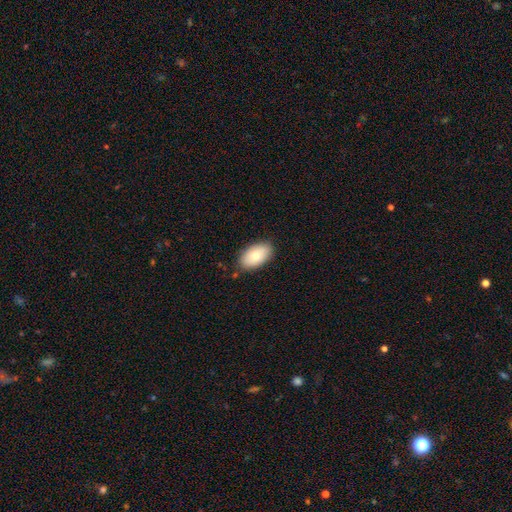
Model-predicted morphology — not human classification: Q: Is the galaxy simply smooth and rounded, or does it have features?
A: smooth — 77%.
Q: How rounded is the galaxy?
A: in between — 94%.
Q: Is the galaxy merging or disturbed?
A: none — 85%.